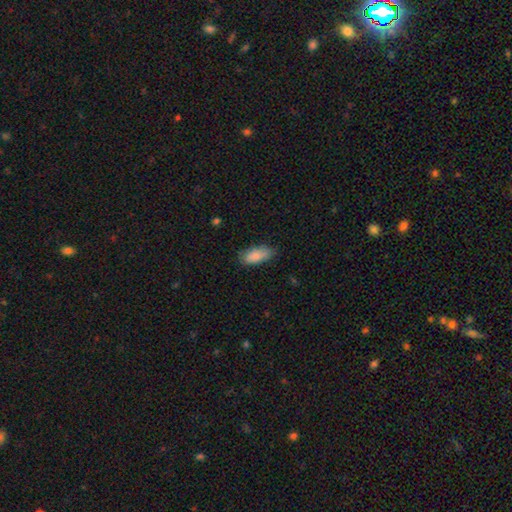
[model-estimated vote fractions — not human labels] Smooth or featured? Predicted: smooth (p=0.85). How rounded? Predicted: in between (p=0.88). Merging? Predicted: none (p=0.71).